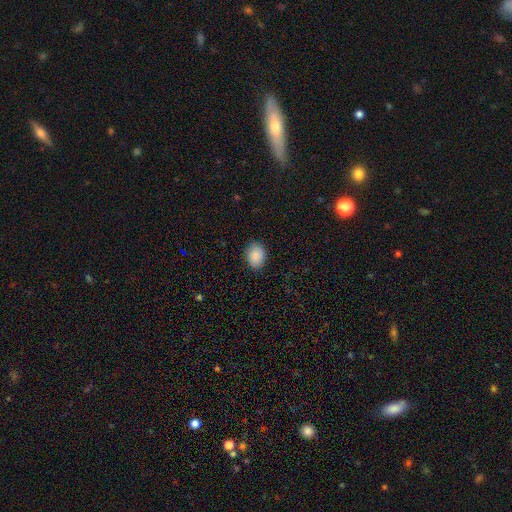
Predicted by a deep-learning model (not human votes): Smooth or featured? Predicted: smooth (p=0.89). How rounded? Predicted: in between (p=0.64). Merging? Predicted: none (p=0.87).